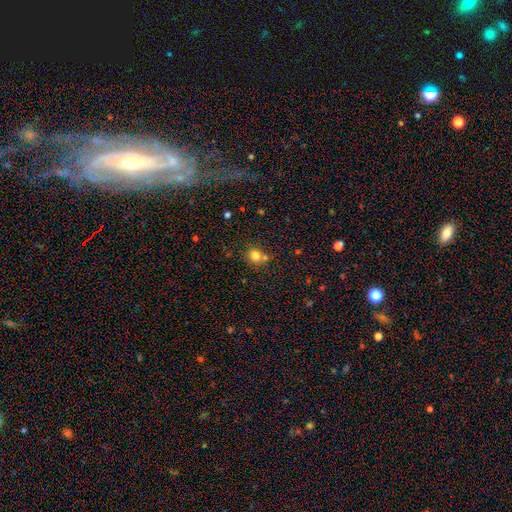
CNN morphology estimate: Smooth or featured? smooth (79%)
How rounded? round (82%)
Merging? none (62%)